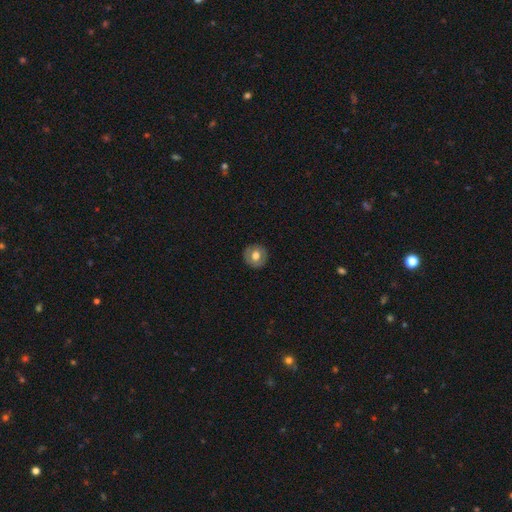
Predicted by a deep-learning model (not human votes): smooth 63%, featured or disk 29%, star or artifact 7%. Down the decision tree: how rounded — round (92%); merging — none (89%).